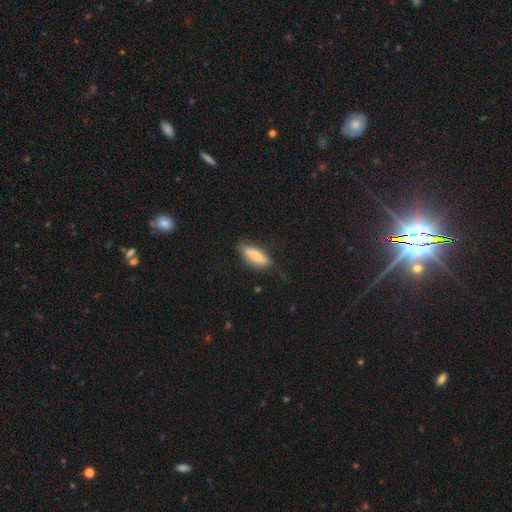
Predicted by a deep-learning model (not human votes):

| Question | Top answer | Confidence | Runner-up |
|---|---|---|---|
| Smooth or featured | smooth | 70% | featured or disk (24%) |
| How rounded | in between | 60% | cigar-shaped (38%) |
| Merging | none | 75% | minor disturbance (19%) |